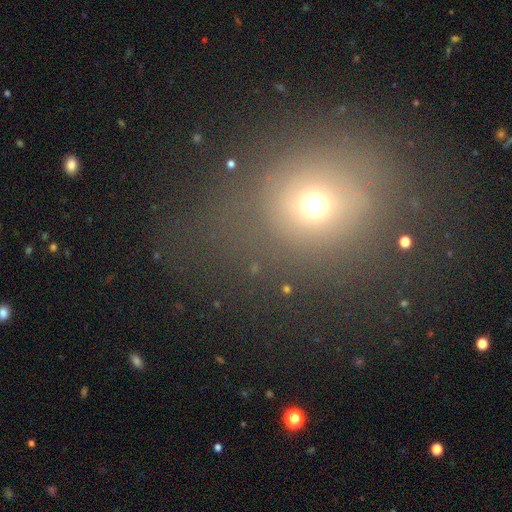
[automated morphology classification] Overall: smooth (60%; star or artifact 28%). How rounded: round (72%). Merging: none (71%).